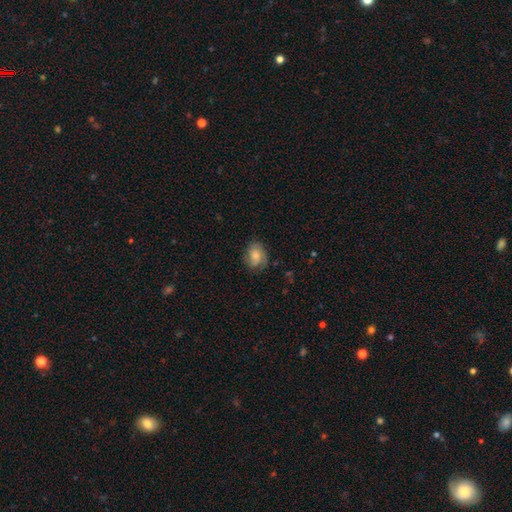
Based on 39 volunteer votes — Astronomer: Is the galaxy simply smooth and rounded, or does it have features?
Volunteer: smooth — 72%.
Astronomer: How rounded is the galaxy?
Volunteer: in between — 64%.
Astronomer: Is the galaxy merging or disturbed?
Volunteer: minor disturbance — 43% (runner-up: none, 37%).